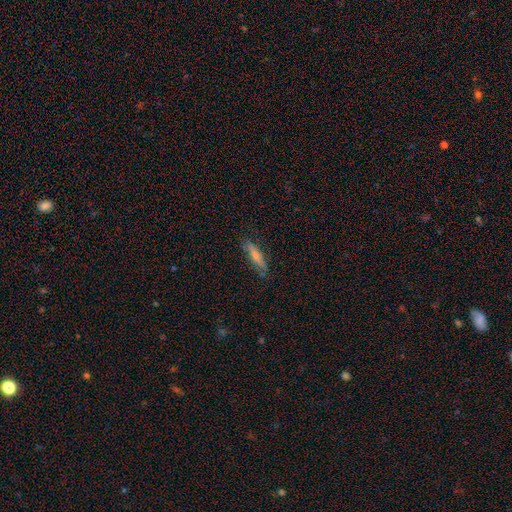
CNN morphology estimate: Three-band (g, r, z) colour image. It shows a smooth galaxy with no disk features (65%) that is cigar-shaped (85%). Merging: none (82%).